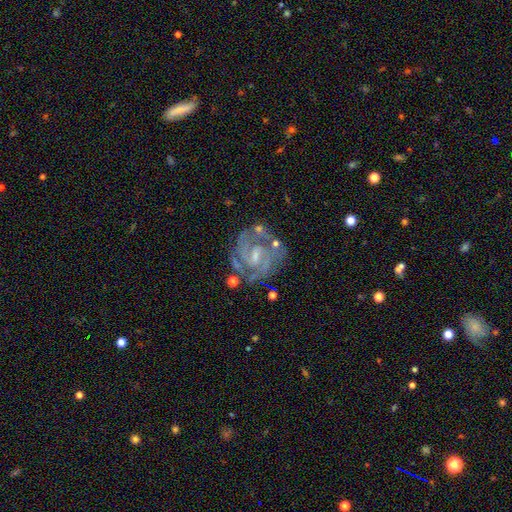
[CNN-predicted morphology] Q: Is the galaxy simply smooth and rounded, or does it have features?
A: featured or disk — 88%.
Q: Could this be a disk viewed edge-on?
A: no — 98%.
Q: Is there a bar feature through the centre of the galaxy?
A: weak — 55%.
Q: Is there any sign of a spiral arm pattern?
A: yes — 96%.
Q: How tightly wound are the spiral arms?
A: tight — 52%.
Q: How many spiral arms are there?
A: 2 — 51%.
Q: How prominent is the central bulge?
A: small — 52%.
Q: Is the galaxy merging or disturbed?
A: none — 67%.